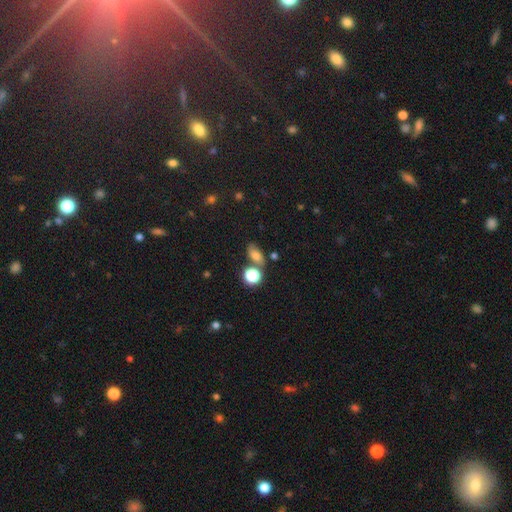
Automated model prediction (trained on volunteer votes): Smooth or featured? Predicted: smooth (p=0.70). How rounded? Predicted: in between (p=0.73). Merging? Predicted: none (p=0.63).